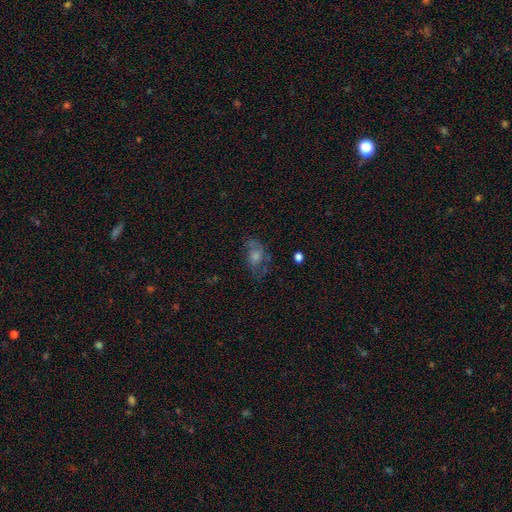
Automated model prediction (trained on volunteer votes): smooth 50%, featured or disk 37%, star or artifact 12%. Down the decision tree: how rounded — in between (78%); merging — none (50%).